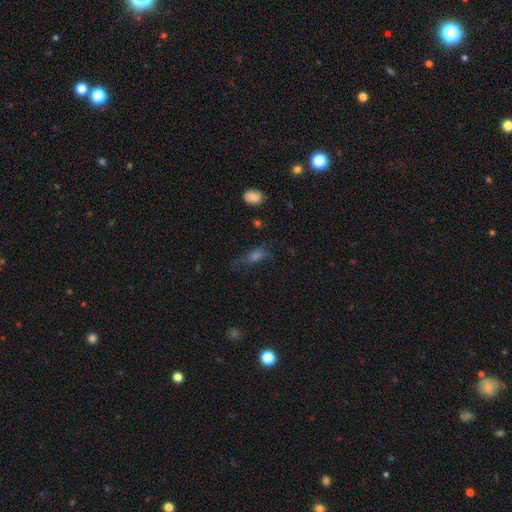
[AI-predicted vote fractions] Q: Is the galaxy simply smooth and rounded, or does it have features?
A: smooth — 50%.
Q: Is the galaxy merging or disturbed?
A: none — 55%.